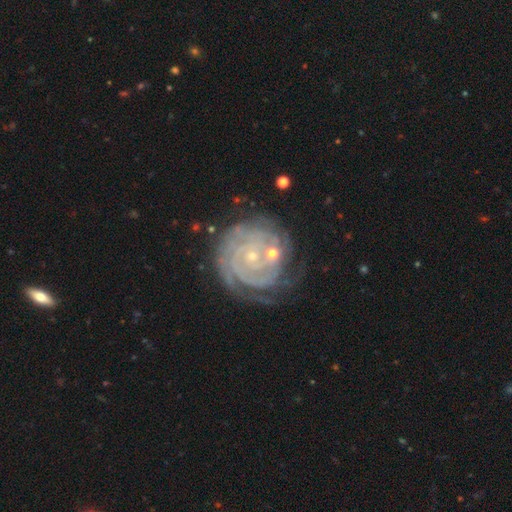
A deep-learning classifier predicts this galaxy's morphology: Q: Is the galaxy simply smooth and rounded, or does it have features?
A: featured or disk — 86%.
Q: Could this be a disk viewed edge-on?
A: no — 97%.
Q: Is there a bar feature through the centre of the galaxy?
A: no — 76%.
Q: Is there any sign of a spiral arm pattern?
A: yes — 97%.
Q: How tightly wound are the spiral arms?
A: tight — 86%.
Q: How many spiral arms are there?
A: can't tell — 29%.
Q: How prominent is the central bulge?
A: small — 85%.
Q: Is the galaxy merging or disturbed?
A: none — 67%.